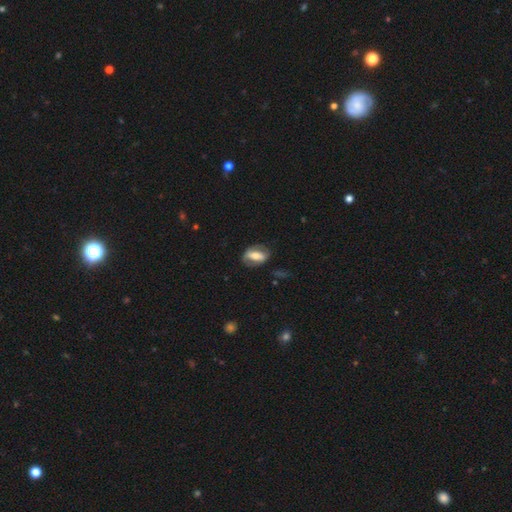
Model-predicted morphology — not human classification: Overall: featured or disk (53%; smooth 41%). Edge-on disk: no (84%). Merging: none (70%).